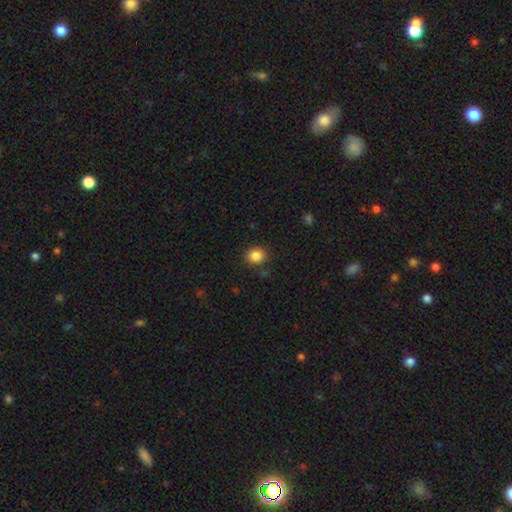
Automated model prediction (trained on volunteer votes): This is clearly a smooth galaxy (86%). How rounded: likely round (69%). Merging: clearly none (85%).